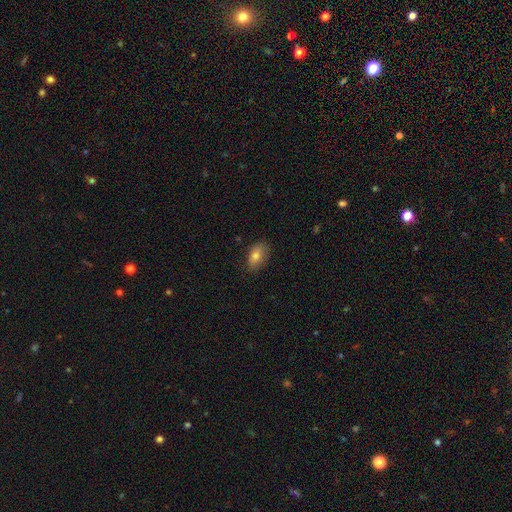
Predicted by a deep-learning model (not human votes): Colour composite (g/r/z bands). It shows a smooth galaxy with no disk features (79%) that is in between round and cigar-shaped (89%). Merging: none (82%).